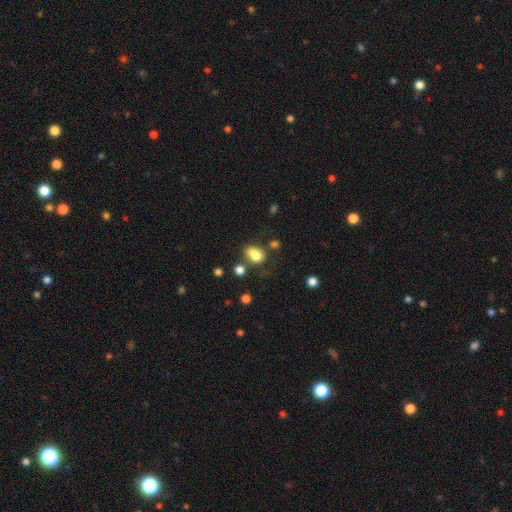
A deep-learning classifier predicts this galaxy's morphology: This is clearly a smooth galaxy (80%). How rounded: likely in between (74%). Merging: possibly none (52%).